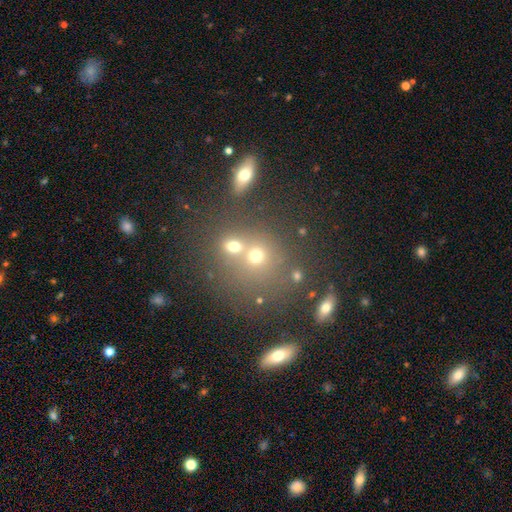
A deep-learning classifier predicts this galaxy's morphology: type=smooth (65%); roundness=round (77%); merging=none (45%).